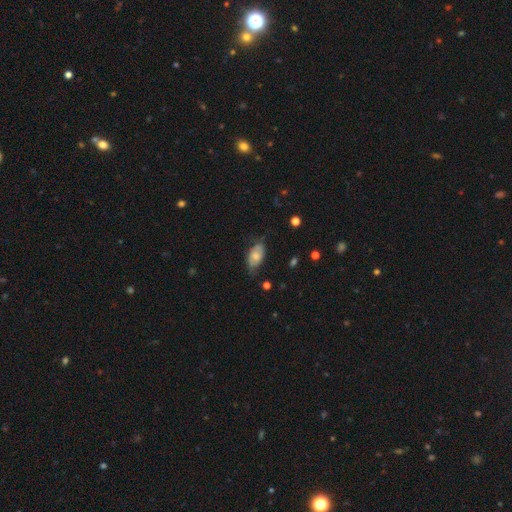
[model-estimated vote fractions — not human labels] The model was most divided on "merging": none: 57%, minor disturbance: 32%, major disturbance: 10%, merger: 2%. More confident: how rounded — in between (92%); smooth or featured — smooth (62%).